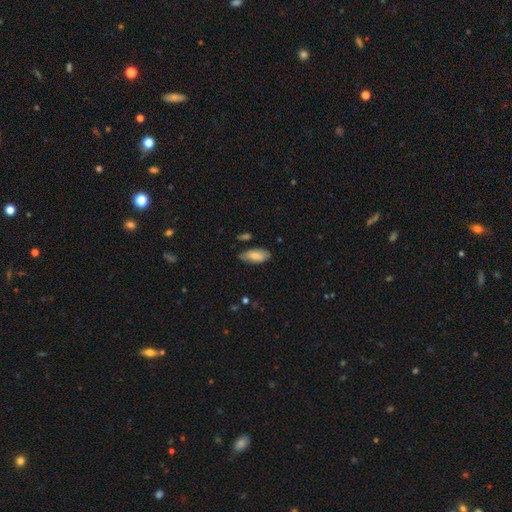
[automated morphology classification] smooth-or-featured: smooth: 79% | featured or disk: 14% | star or artifact: 6%
  how-rounded: in between: 86% | cigar-shaped: 12% | round: 2%
  merging: none: 68% | minor disturbance: 25% | major disturbance: 4% | merger: 3%